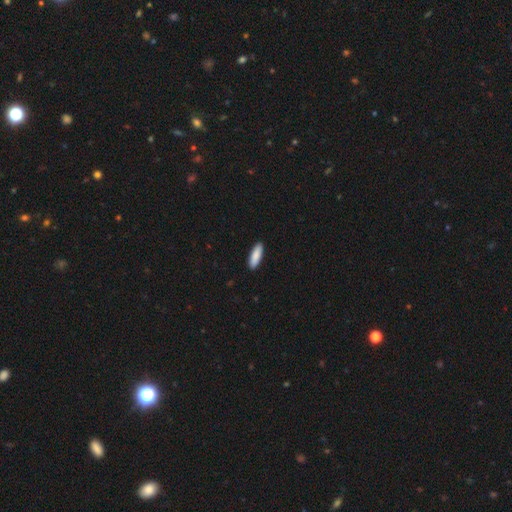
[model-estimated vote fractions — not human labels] The model was most divided on "how rounded": in between: 53%, cigar-shaped: 46%, round: 2%. More confident: merging — none (91%); smooth or featured — smooth (89%).